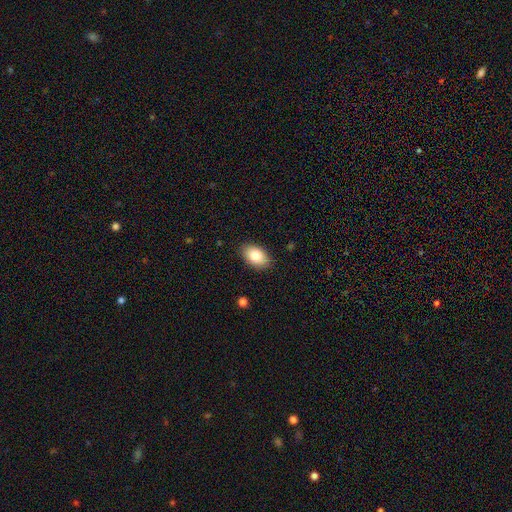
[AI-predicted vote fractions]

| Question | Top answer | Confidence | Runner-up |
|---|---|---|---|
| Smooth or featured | smooth | 83% | featured or disk (10%) |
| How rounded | in between | 91% | round (7%) |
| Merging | none | 87% | minor disturbance (10%) |